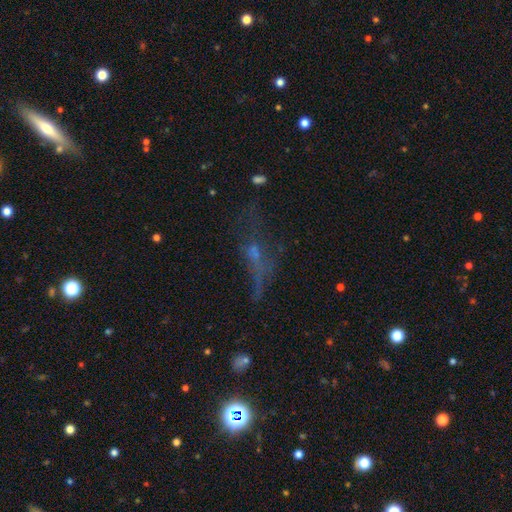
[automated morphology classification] A featured or disk galaxy (38%). Merging: major disturbance (37%, tied with none).